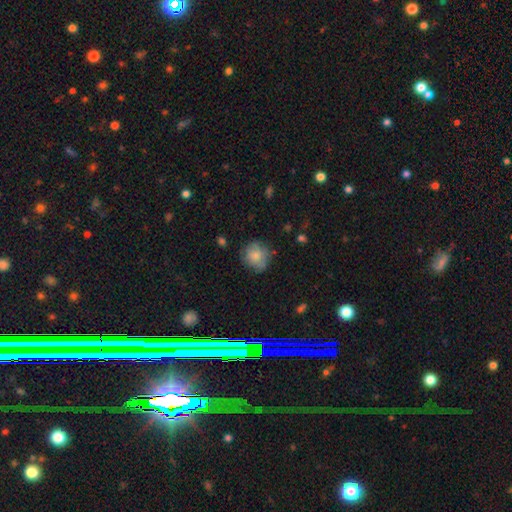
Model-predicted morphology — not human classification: Smooth or featured?
  - smooth: 78% *
  - featured or disk: 14%
  - star or artifact: 8%
How rounded?
  - round: 85% *
  - in between: 14%
  - cigar-shaped: 1%
Merging?
  - none: 71% *
  - minor disturbance: 21%
  - major disturbance: 6%
  - merger: 2%